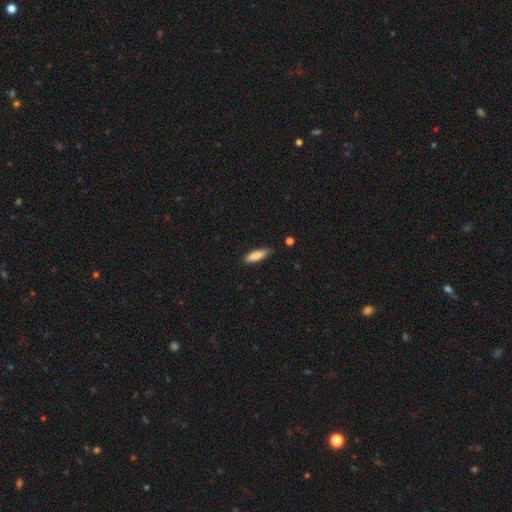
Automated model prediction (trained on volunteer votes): Overall: smooth (83%). How rounded: cigar-shaped (59%; in between 40%). Merging: none (79%).